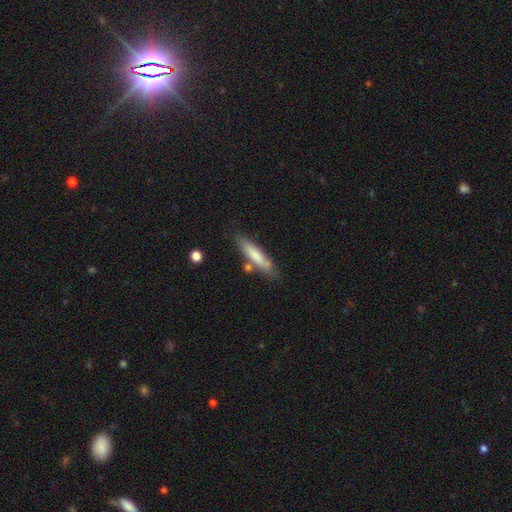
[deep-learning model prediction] Q: Smooth or featured?
A: smooth (73%); runner-up: featured or disk (21%)
Q: How rounded?
A: cigar-shaped (81%); runner-up: in between (17%)
Q: Merging?
A: none (74%); runner-up: minor disturbance (15%)